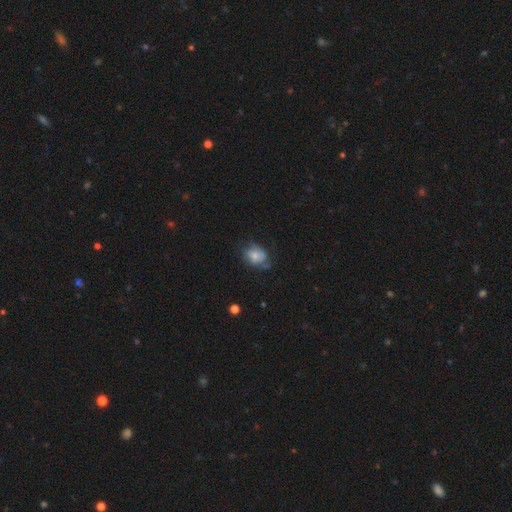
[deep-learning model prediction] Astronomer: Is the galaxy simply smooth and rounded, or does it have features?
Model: smooth — 63%.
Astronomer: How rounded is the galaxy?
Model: in between — 53% (runner-up: round, 46%).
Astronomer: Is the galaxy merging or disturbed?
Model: none — 50% (runner-up: minor disturbance, 32%).